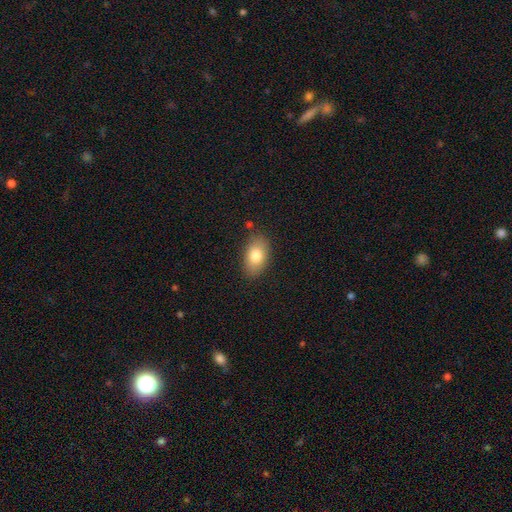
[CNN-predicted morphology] smooth 79%, featured or disk 13%, star or artifact 8%. Down the decision tree: how rounded — in between (89%); merging — none (82%).